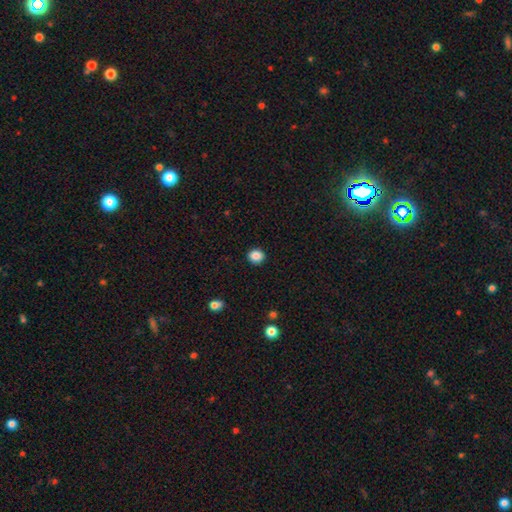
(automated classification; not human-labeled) Smooth or featured?
  - smooth: 86% *
  - star or artifact: 10%
  - featured or disk: 4%
How rounded?
  - round: 88% *
  - in between: 11%
  - cigar-shaped: 1%
Merging?
  - none: 92% *
  - minor disturbance: 6%
  - major disturbance: 2%
  - merger: 1%